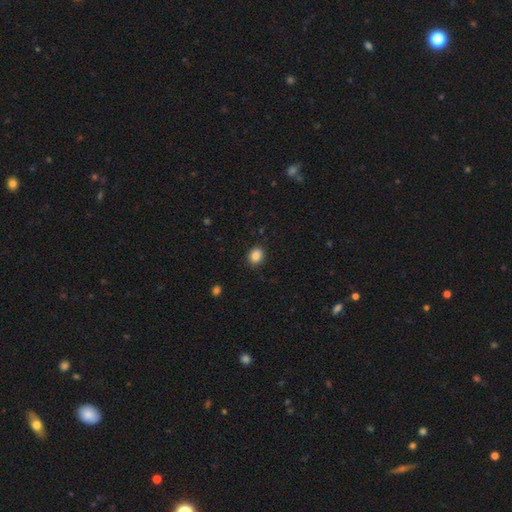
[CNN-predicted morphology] Smooth or featured? smooth (87%)
How rounded? round (68%)
Merging? none (89%)